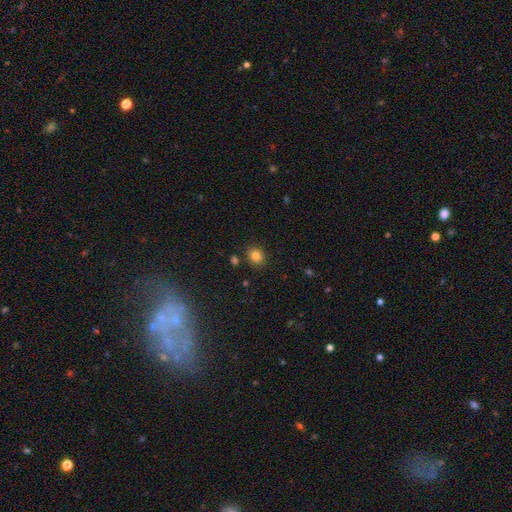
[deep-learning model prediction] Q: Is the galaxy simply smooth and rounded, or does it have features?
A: smooth — 82%.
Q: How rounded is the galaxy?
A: round — 72%.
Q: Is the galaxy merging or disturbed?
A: none — 86%.